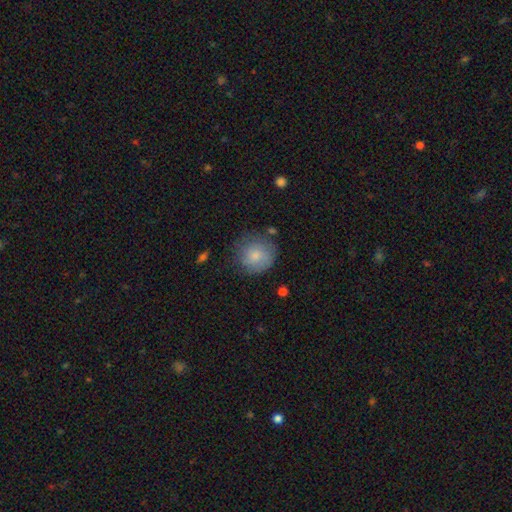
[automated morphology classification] A smooth galaxy with no disk features (75%) that is round (89%).

Vote fractions:
- Smooth or featured? smooth: 75% / featured or disk: 17% / star or artifact: 8%
- How rounded? round: 89% / in between: 10% / cigar-shaped: 1%
- Merging? none: 72% / minor disturbance: 19% / major disturbance: 6% / merger: 3%